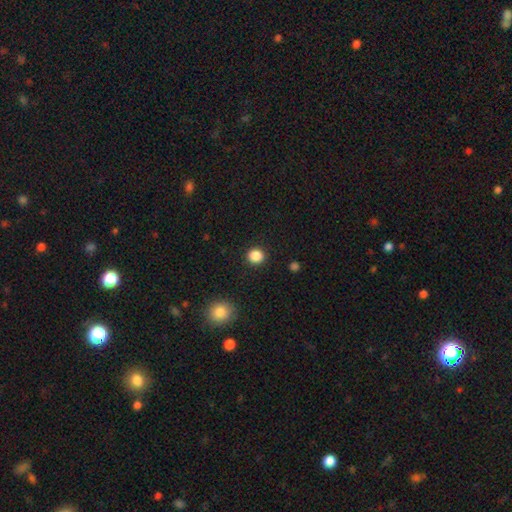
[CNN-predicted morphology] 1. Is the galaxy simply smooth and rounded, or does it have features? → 87% smooth, 10% star or artifact, 3% featured or disk.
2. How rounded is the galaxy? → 89% round, 10% in between, 1% cigar-shaped.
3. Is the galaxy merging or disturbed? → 92% none, 5% minor disturbance, 2% major disturbance, 1% merger.